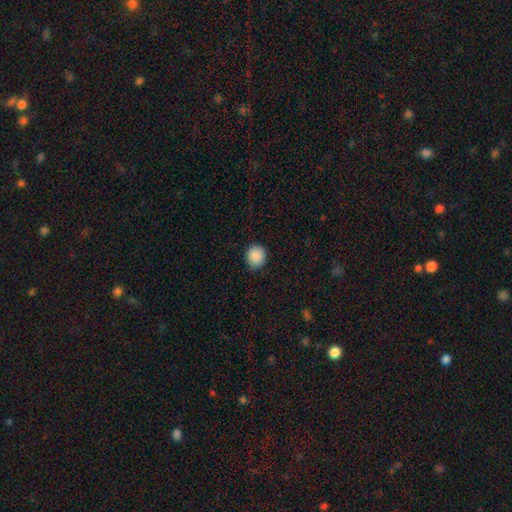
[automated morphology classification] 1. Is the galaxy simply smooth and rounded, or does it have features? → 89% smooth, 8% star or artifact, 2% featured or disk.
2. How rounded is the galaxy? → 88% round, 11% in between, 1% cigar-shaped.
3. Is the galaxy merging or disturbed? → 89% none, 8% minor disturbance, 2% major disturbance, 1% merger.